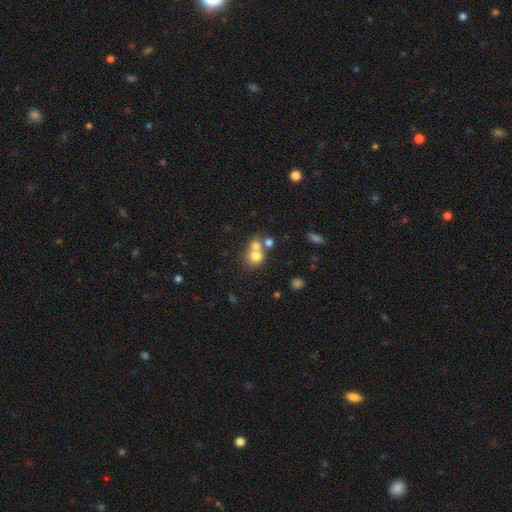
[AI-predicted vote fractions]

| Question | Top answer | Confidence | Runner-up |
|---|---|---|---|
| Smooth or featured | smooth | 72% | featured or disk (16%) |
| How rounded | round | 80% | in between (19%) |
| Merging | merger | 55% | none (34%) |